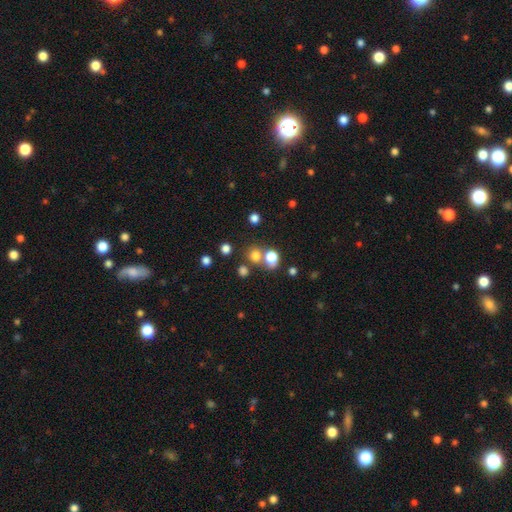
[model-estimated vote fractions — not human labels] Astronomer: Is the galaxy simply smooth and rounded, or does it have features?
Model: smooth — 73%.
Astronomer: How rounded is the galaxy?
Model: round — 79%.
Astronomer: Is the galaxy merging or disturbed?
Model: none — 60%.